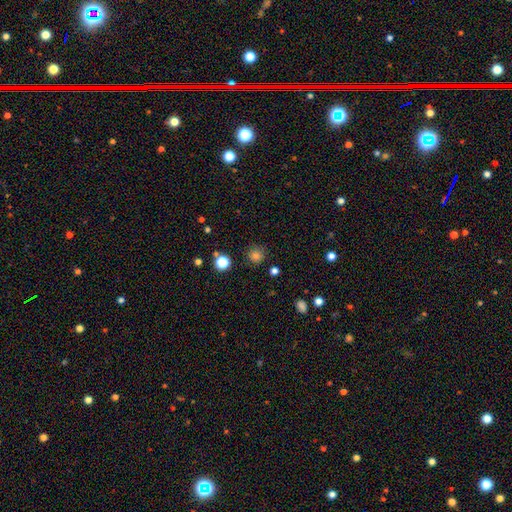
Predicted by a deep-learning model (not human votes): Morphology: type=smooth (79%); roundness=round (93%); merging=none (87%).